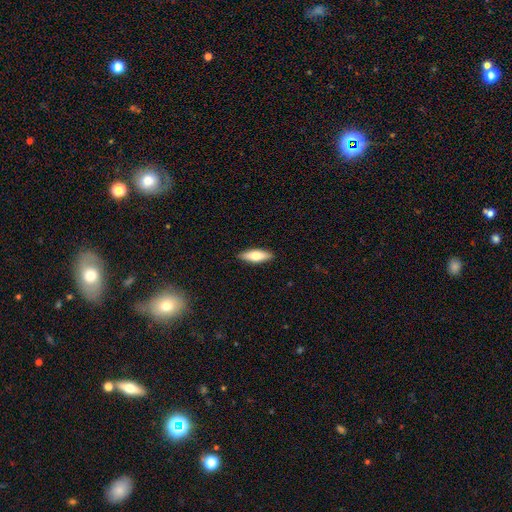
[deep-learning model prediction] This appears to be a smooth galaxy with no disk features (66%) that is in between round and cigar-shaped (58%). Merging: none (89%).